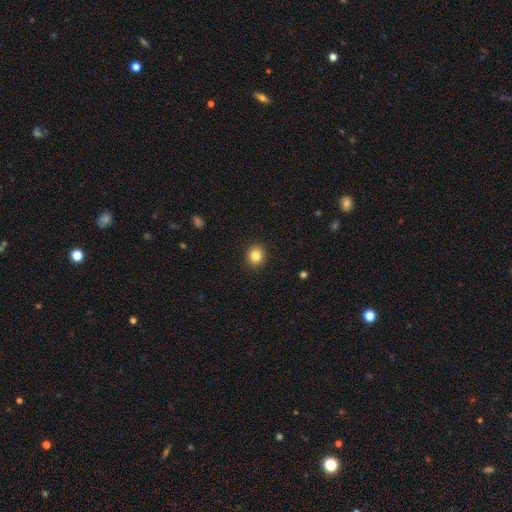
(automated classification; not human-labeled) This appears to be a smooth galaxy with no disk features (83%) that is round (77%). Merging: none (92%).